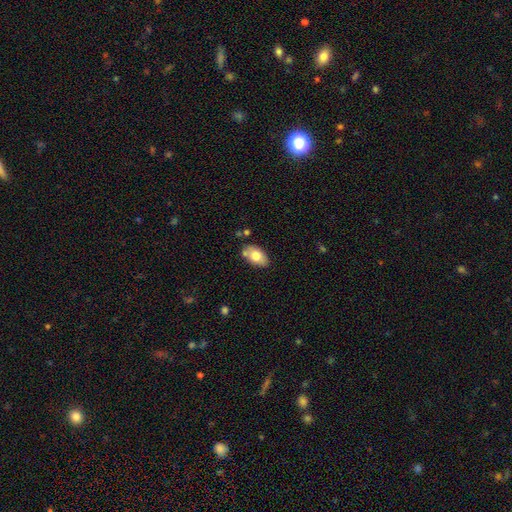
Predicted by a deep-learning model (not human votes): smooth 77%, featured or disk 17%, star or artifact 7%. Down the decision tree: how rounded — in between (92%); merging — none (70%).